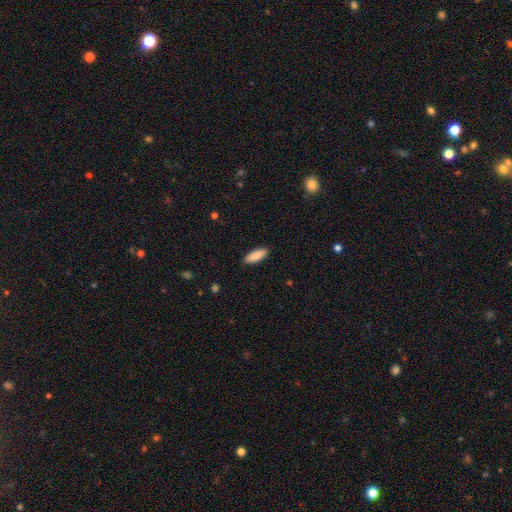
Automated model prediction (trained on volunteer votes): Q: Smooth or featured?
A: smooth (89%); runner-up: star or artifact (6%)
Q: How rounded?
A: in between (65%); runner-up: cigar-shaped (34%)
Q: Merging?
A: none (89%); runner-up: minor disturbance (8%)